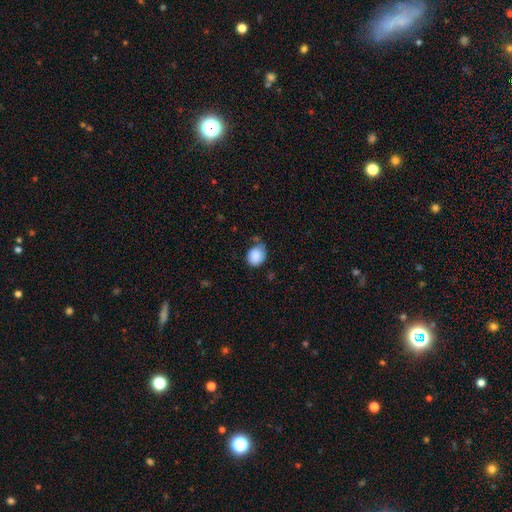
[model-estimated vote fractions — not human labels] Smooth or featured? smooth (87%)
How rounded? round (62%)
Merging? none (48%)